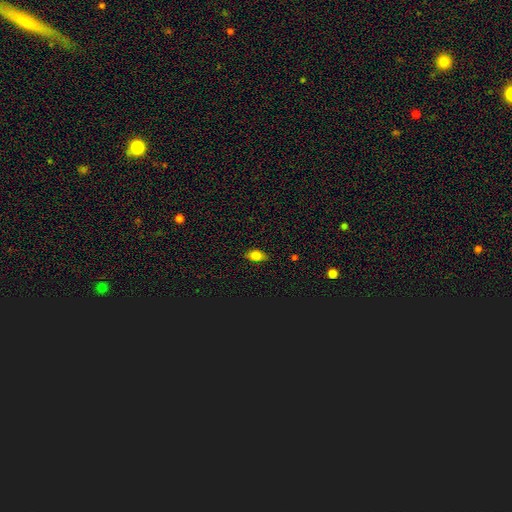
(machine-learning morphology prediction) Smooth or featured?
  - smooth: 78% *
  - star or artifact: 15%
  - featured or disk: 7%
How rounded?
  - in between: 82% *
  - round: 15%
  - cigar-shaped: 3%
Merging?
  - none: 76% *
  - minor disturbance: 20%
  - major disturbance: 3%
  - merger: 1%